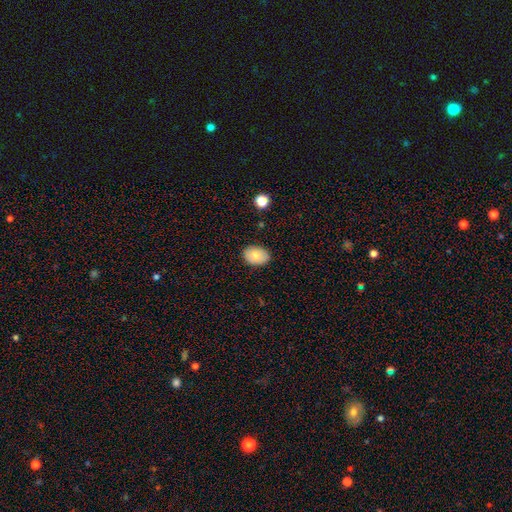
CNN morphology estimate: This is clearly a smooth galaxy (81%). How rounded: likely in between (77%). Merging: clearly none (84%).